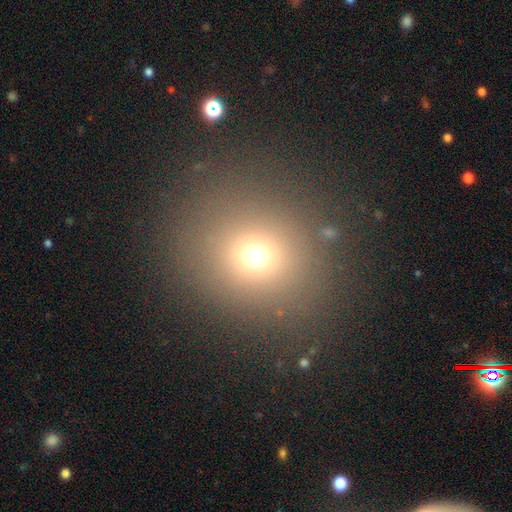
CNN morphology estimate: This appears to be a smooth galaxy with no disk features (68%) that is round (83%). Merging: none (83%).